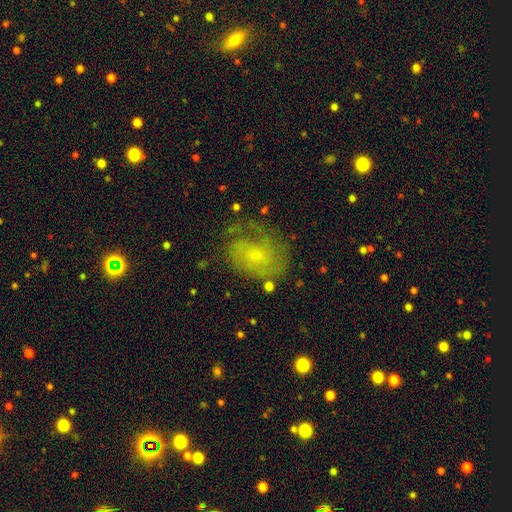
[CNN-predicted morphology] This appears to be a featured or disk galaxy (63%) with no bar (68%), tight (42%) spiral arms (82%) and a small central bulge (64%). Merging: none (56%).